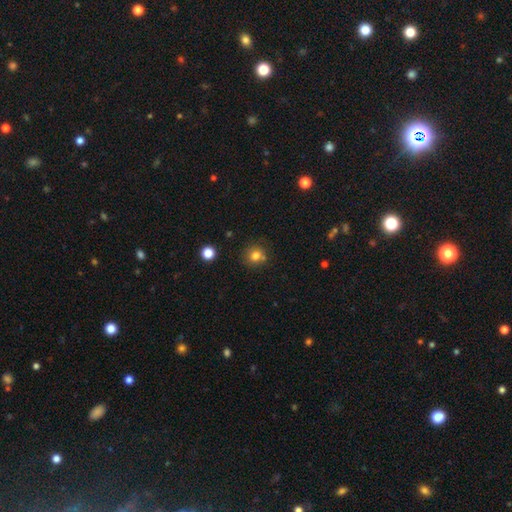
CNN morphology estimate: smooth-or-featured: smooth: 79% | star or artifact: 13% | featured or disk: 8%
  how-rounded: round: 89% | in between: 10% | cigar-shaped: 1%
  merging: none: 75% | minor disturbance: 13% | merger: 9% | major disturbance: 3%